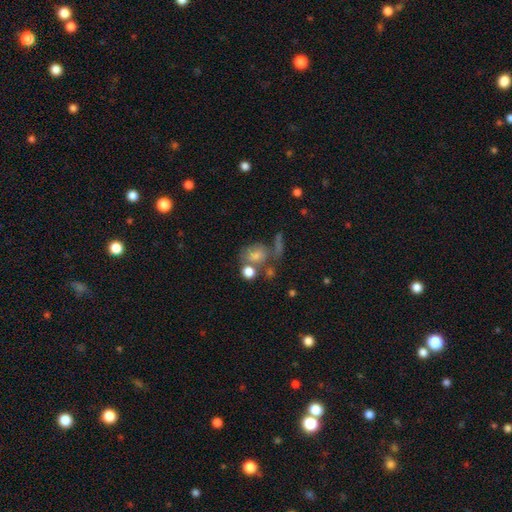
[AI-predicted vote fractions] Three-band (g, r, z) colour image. It shows a smooth galaxy with no disk features (57%) that is round (53%). Merging: none (44%).